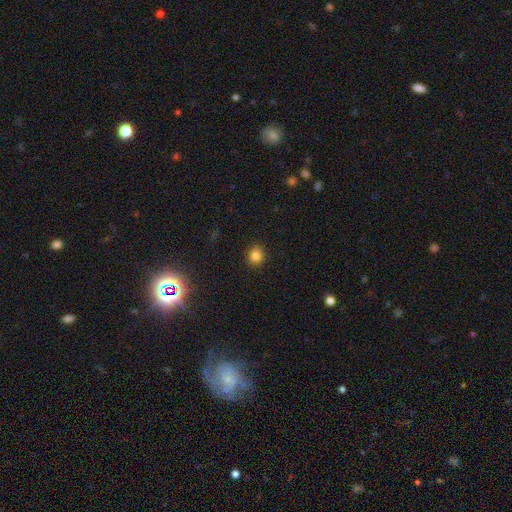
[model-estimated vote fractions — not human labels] Smooth or featured?
  - smooth: 82% *
  - star or artifact: 13%
  - featured or disk: 5%
How rounded?
  - round: 81% *
  - in between: 18%
  - cigar-shaped: 1%
Merging?
  - none: 90% *
  - minor disturbance: 7%
  - major disturbance: 2%
  - merger: 1%